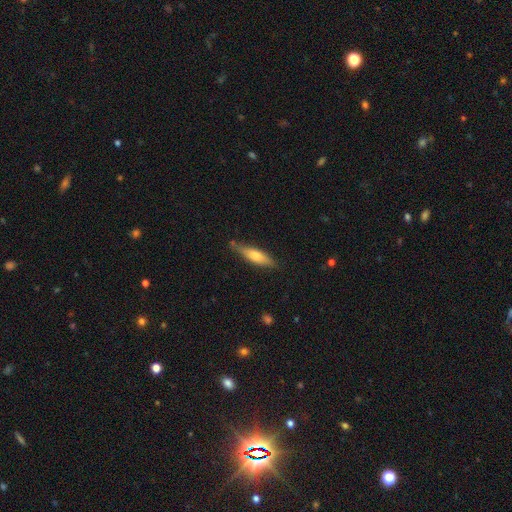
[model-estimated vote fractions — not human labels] smooth 63%, featured or disk 31%, star or artifact 6%. Down the decision tree: how rounded — cigar-shaped (68%); merging — none (74%).